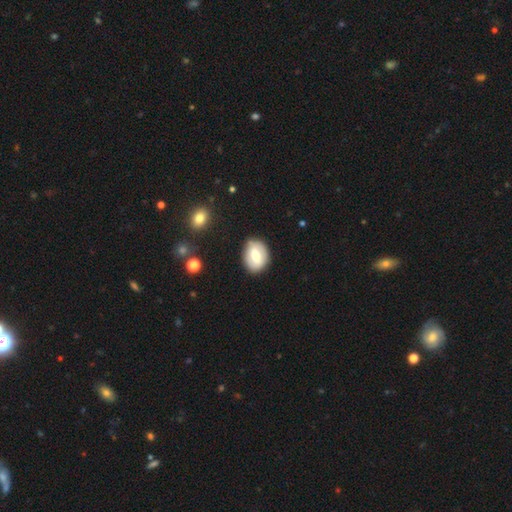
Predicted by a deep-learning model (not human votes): A smooth galaxy with no disk features (57%) that is in between round and cigar-shaped (68%).

Vote fractions:
- Smooth or featured? smooth: 57% / featured or disk: 36% / star or artifact: 7%
- How rounded? in between: 68% / round: 31% / cigar-shaped: 1%
- Merging? none: 82% / minor disturbance: 13% / major disturbance: 3% / merger: 2%